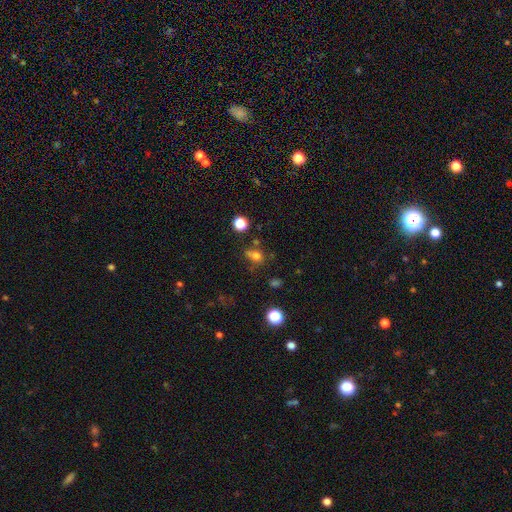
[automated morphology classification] This is likely a smooth galaxy (72%). How rounded: possibly round (57%). Merging: possibly none (52%).